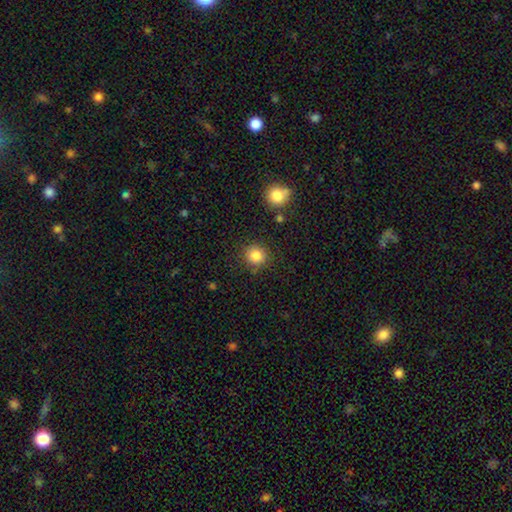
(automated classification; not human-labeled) Overall: smooth (84%). How rounded: round (90%). Merging: none (87%).